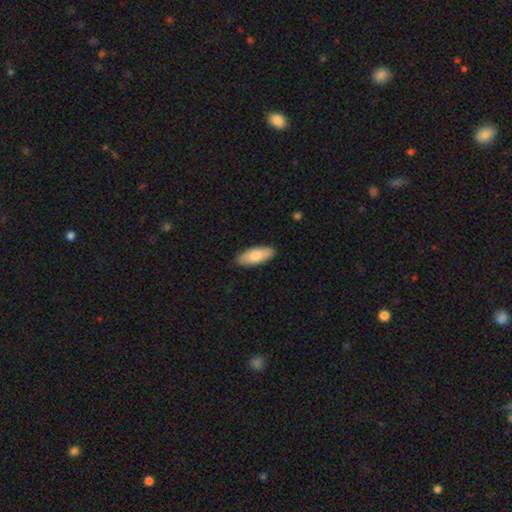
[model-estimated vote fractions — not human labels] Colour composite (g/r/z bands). It shows a smooth galaxy with no disk features (81%) that is in between round and cigar-shaped (82%). Merging: none (89%).